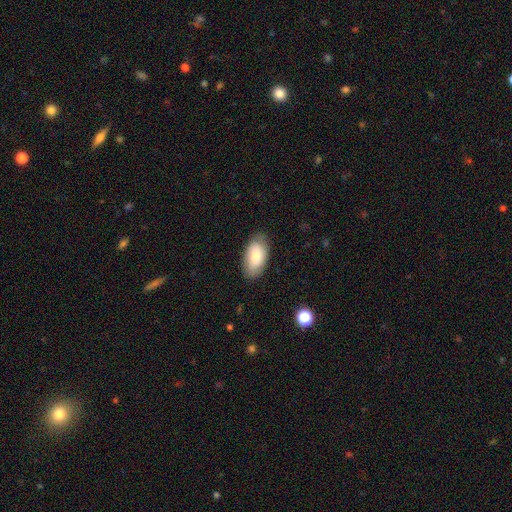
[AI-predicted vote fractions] Overall: smooth (75%). How rounded: in between (94%). Merging: none (82%).